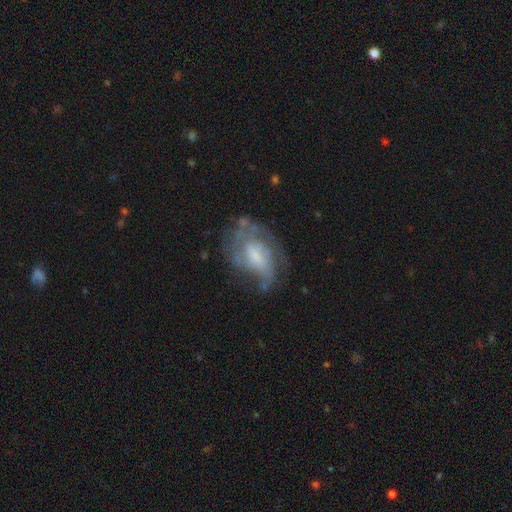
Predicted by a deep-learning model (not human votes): featured or disk 71%, smooth 21%, star or artifact 8%. Down the decision tree: edge-on disk — no (96%); bar — weak (47%); spiral arms — yes (70%); bulge size — small (38%); merging — none (46%).